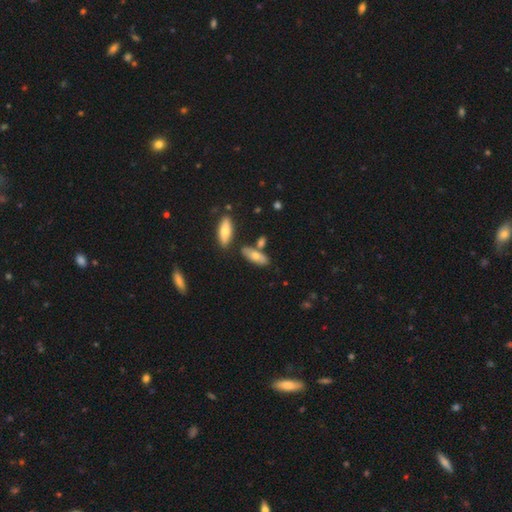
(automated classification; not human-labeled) Q: Smooth or featured?
A: smooth (68%); runner-up: featured or disk (25%)
Q: How rounded?
A: in between (68%); runner-up: cigar-shaped (29%)
Q: Merging?
A: none (69%); runner-up: merger (14%)